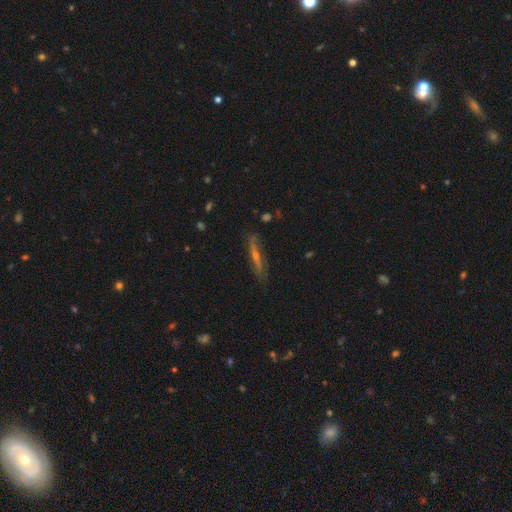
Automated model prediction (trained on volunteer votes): A featured or disk galaxy (64%) viewed edge-on (79%). Merging: none (79%).